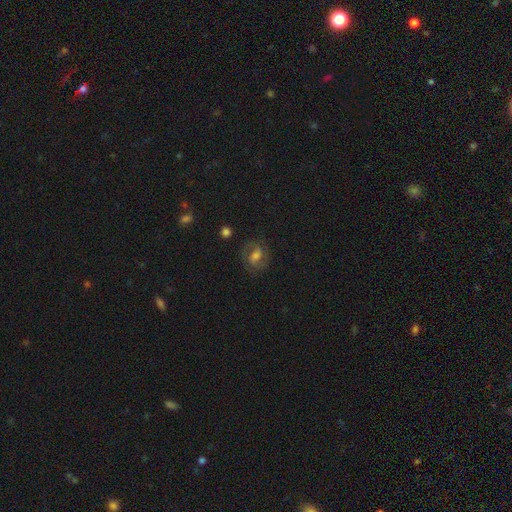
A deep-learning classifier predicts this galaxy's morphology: type=featured or disk (62%); edge-on=no (96%); bar=weak (47%); spiral arms=yes (86%); winding=medium (53%); arm count=2 (86%); bulge=moderate (46%); merging=none (76%).